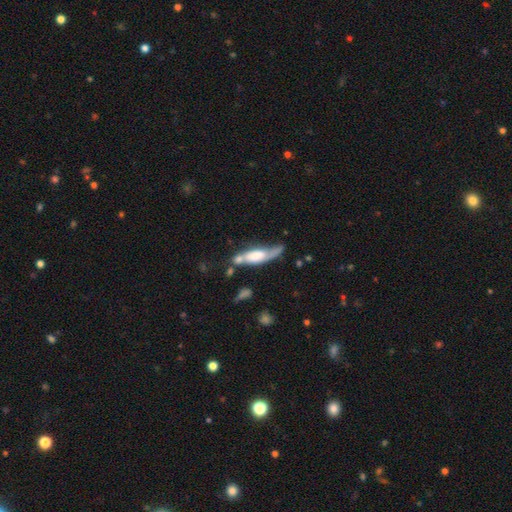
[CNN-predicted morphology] This is possibly a featured or disk galaxy (54%). It is possibly not viewed edge-on (55%). Merging: marginally none (36%).